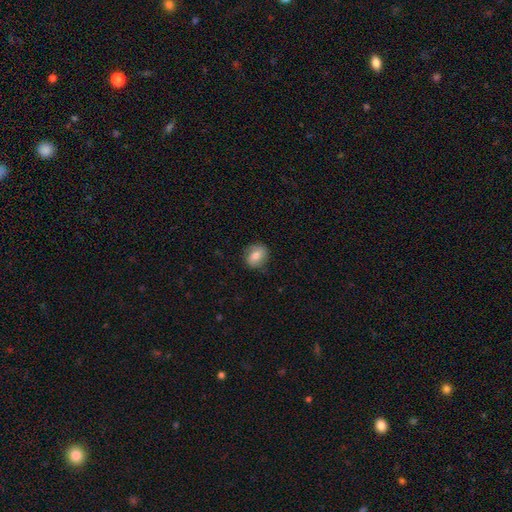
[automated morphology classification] This appears to be a smooth galaxy with no disk features (74%) that is round (59%). Merging: none (80%).